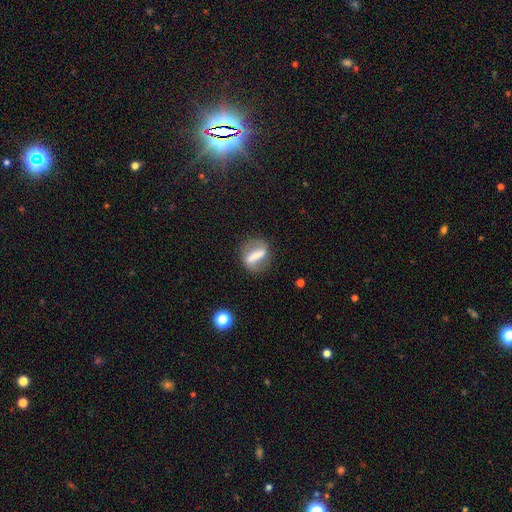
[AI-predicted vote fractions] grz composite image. It shows a featured or disk galaxy (65%) with a strong bar (73%), no spiral arms (52%) and a small central bulge (47%). Merging: none (76%).